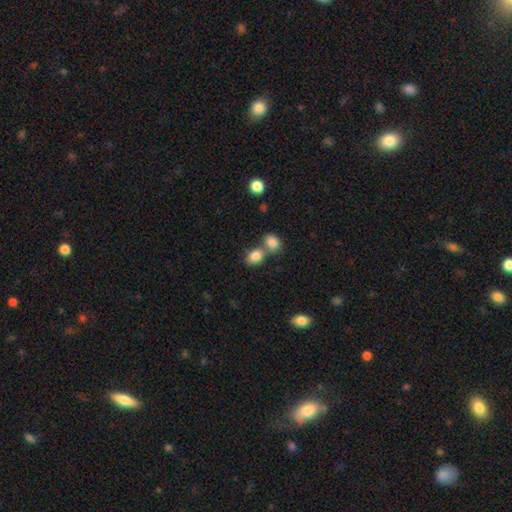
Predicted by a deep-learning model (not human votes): smooth 84%, star or artifact 9%, featured or disk 7%. Down the decision tree: how rounded — in between (64%); merging — merger (48%).